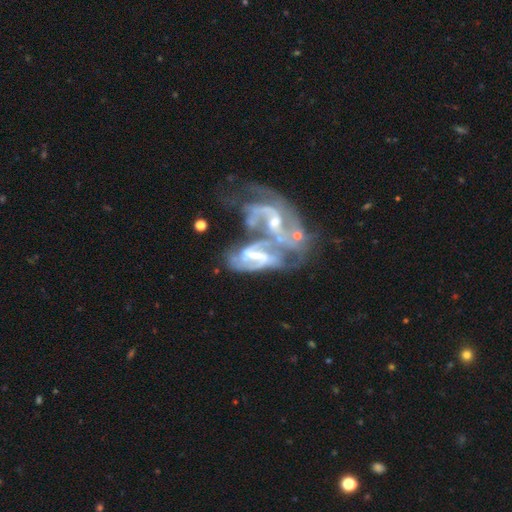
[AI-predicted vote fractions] Smooth or featured: featured or disk — 84% (smooth — 9%)
Edge-on disk: no — 97% (yes — 3%)
Bar: strong — 42% (weak — 41%)
Spiral arms: yes — 88% (no — 12%)
Spiral winding: medium — 45% (loose — 37%)
Spiral arm count: 2 — 70% (can't tell — 14%)
Bulge size: small — 42% (moderate — 36%)
Merging: merger — 67% (none — 13%)